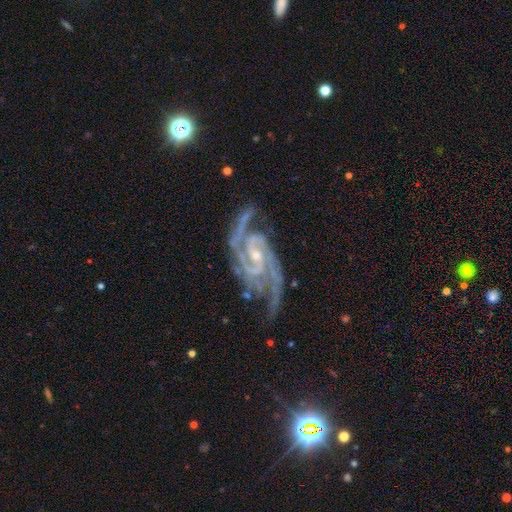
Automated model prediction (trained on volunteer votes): A featured or disk galaxy (93%) with a weak bar (40%), 2 (54%) tight (46%, tied with medium) spiral arms (99%) and a small central bulge (65%). Merging: none (66%).